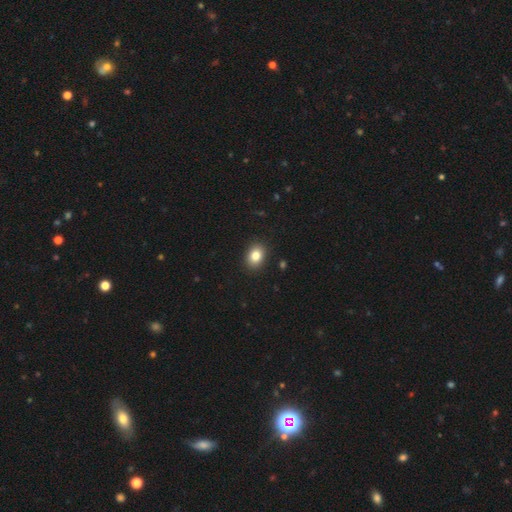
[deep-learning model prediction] The model was most divided on "how rounded": in between: 60%, round: 39%, cigar-shaped: 1%. More confident: merging — none (90%); smooth or featured — smooth (84%).